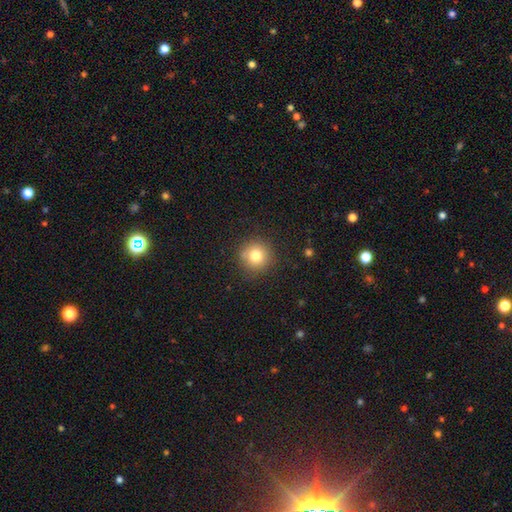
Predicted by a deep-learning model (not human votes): Smooth or featured? Predicted: smooth (p=0.79). How rounded? Predicted: round (p=0.94). Merging? Predicted: none (p=0.85).